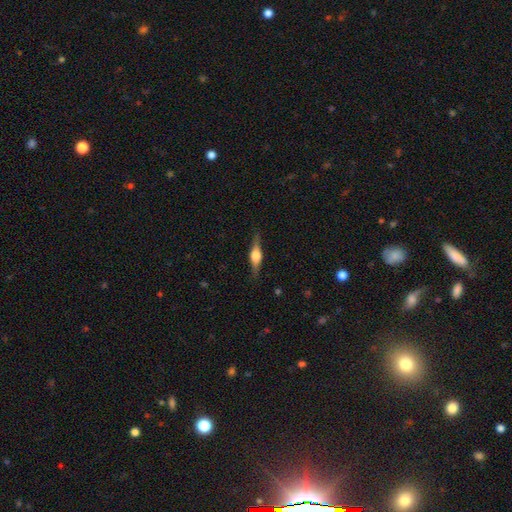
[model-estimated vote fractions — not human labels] Overall: featured or disk (73%). Edge-on disk: yes (97%). Edge-on bulge: rounded (90%). Merging: none (87%).